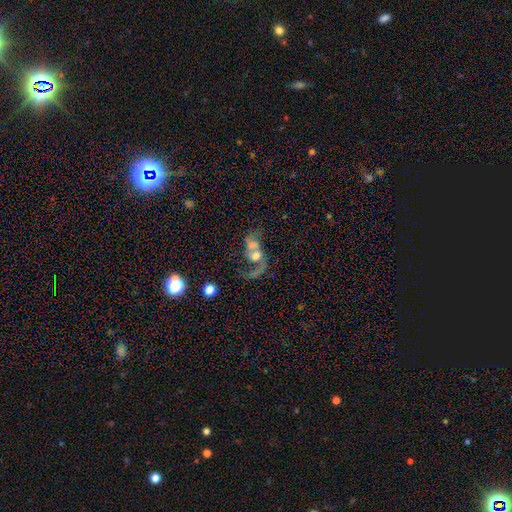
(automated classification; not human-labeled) smooth-or-featured: featured or disk: 58% | smooth: 31% | star or artifact: 11%
  disk-edge-on: no: 96% | yes: 4%
    bar: no: 68% | weak: 25% | strong: 7%
    has-spiral-arms: yes: 70% | no: 30%
    bulge-size: moderate: 40% | large: 32% | small: 13% | none: 9% | dominant: 5%
  merging: merger: 61% | major disturbance: 17% | none: 14% | minor disturbance: 7%